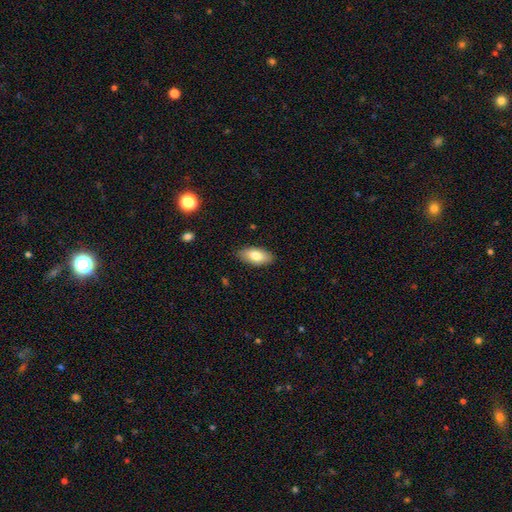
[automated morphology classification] type=smooth (79%); roundness=in between (90%); merging=none (86%).